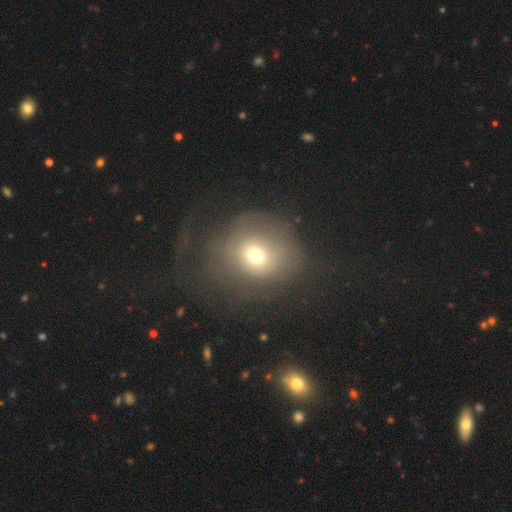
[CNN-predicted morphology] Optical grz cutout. It shows a smooth galaxy with no disk features (63%) that is round (79%). Merging: none (42%).